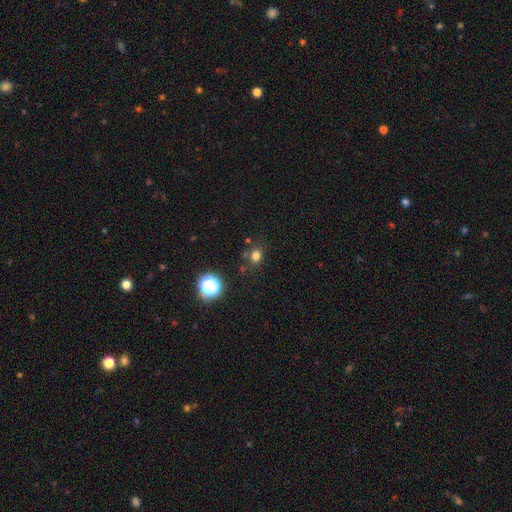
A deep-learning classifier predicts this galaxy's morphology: smooth_or_featured: smooth (p=0.73) [alt: star or artifact p=0.21]
how_rounded: round (p=0.66) [alt: in between p=0.33]
merging: none (p=0.74) [alt: minor disturbance p=0.13]